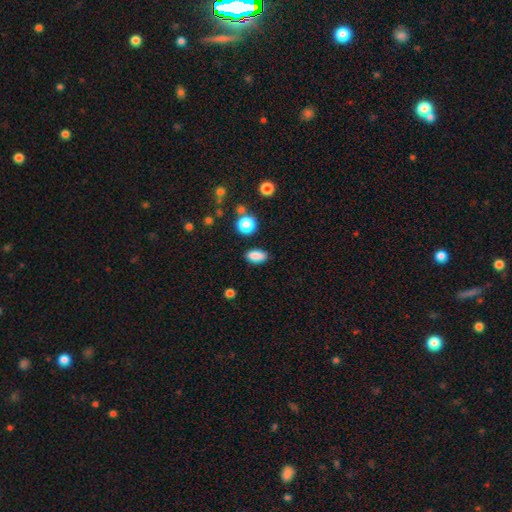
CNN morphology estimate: Smooth or featured: smooth — 85% (star or artifact — 10%)
How rounded: in between — 84% (round — 9%)
Merging: none — 85% (minor disturbance — 10%)